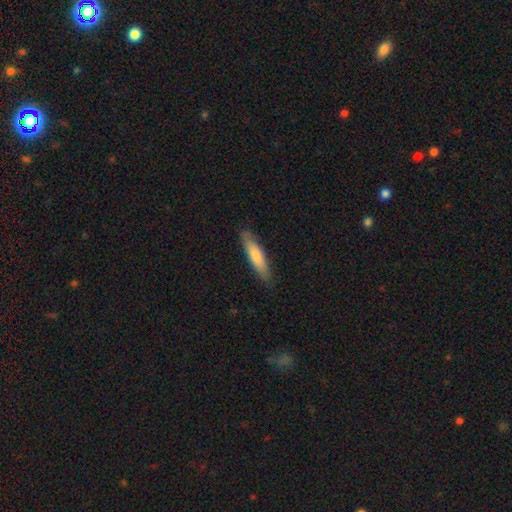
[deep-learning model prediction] Smooth or featured: smooth — 72% (featured or disk — 23%)
How rounded: cigar-shaped — 82% (in between — 16%)
Merging: none — 87% (minor disturbance — 10%)